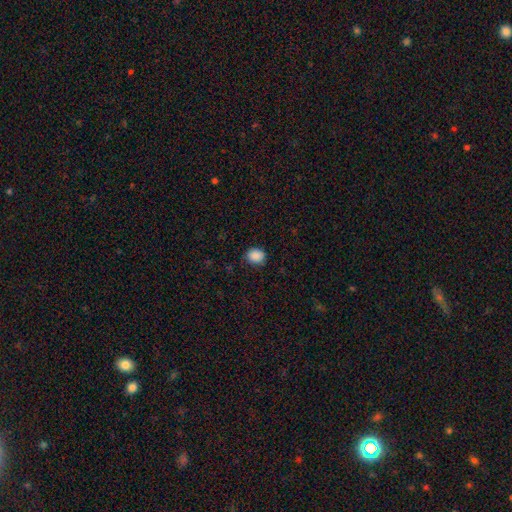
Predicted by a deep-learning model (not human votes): This appears to be a smooth galaxy with no disk features (89%) that is round (65%). Merging: none (81%).